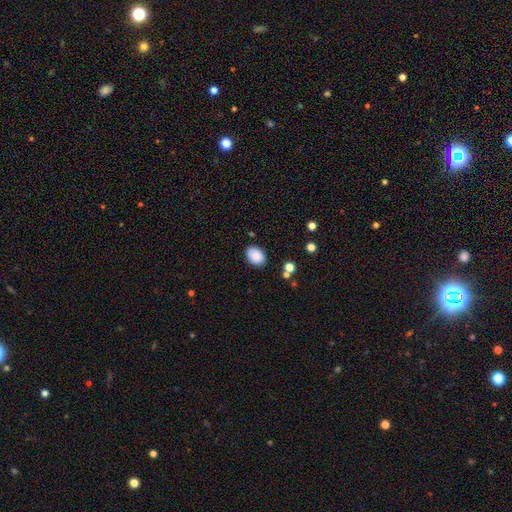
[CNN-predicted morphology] Smooth or featured? Predicted: smooth (p=0.87). How rounded? Predicted: in between (p=0.70). Merging? Predicted: none (p=0.83).